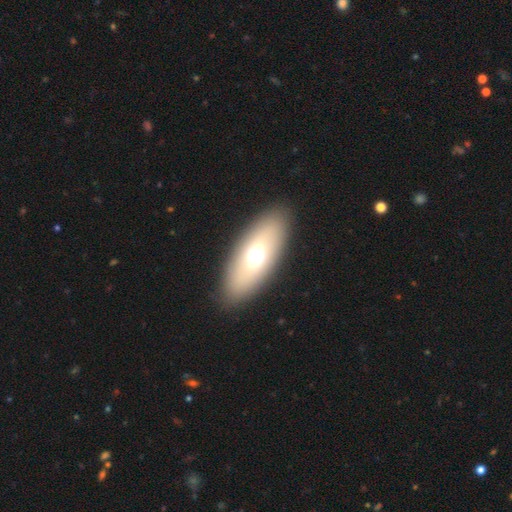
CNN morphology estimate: Q: Smooth or featured?
A: smooth (61%); runner-up: featured or disk (30%)
Q: How rounded?
A: in between (81%); runner-up: cigar-shaped (15%)
Q: Merging?
A: none (88%); runner-up: minor disturbance (8%)